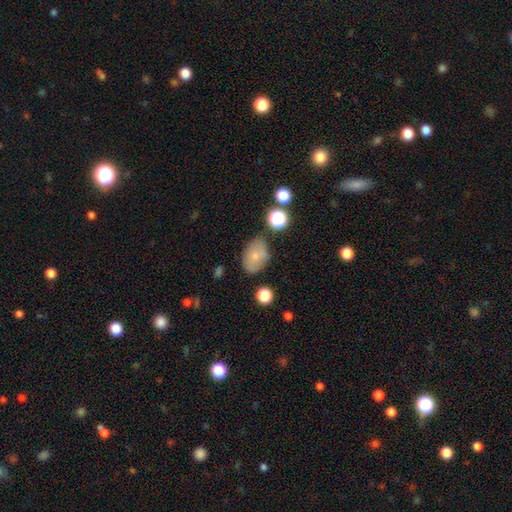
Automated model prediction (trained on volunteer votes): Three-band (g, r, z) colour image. It shows a smooth galaxy with no disk features (73%) that is in between round and cigar-shaped (81%). Merging: none (71%).